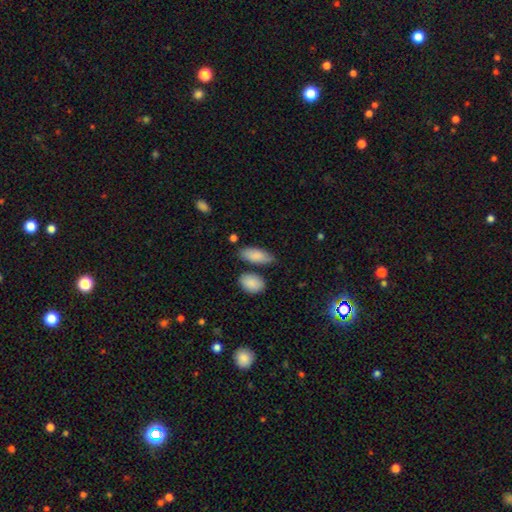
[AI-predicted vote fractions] Smooth or featured? smooth (86%)
How rounded? in between (85%)
Merging? none (70%)